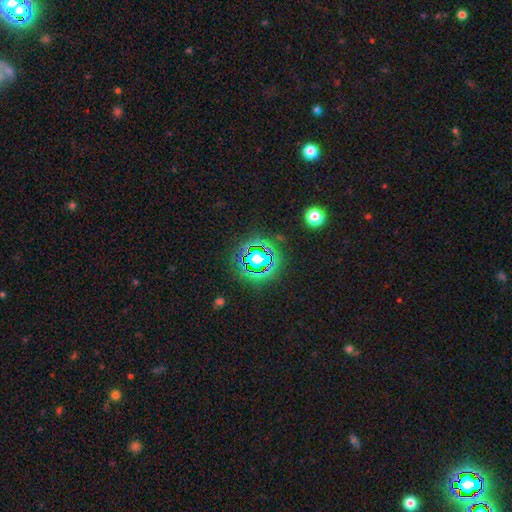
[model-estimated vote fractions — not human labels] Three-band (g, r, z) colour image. It shows a star or artifact, not a galaxy (78%).